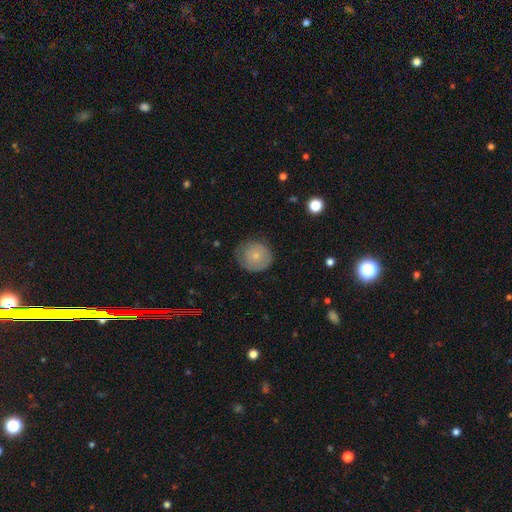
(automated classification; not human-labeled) Smooth or featured? Predicted: smooth (p=0.70). How rounded? Predicted: round (p=0.91). Merging? Predicted: none (p=0.71).